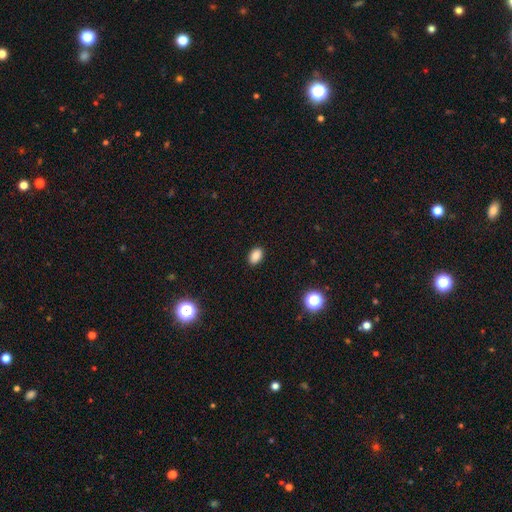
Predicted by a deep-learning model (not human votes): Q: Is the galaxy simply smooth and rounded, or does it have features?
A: smooth — 86%.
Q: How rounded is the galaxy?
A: in between — 86%.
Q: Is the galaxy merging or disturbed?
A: none — 89%.